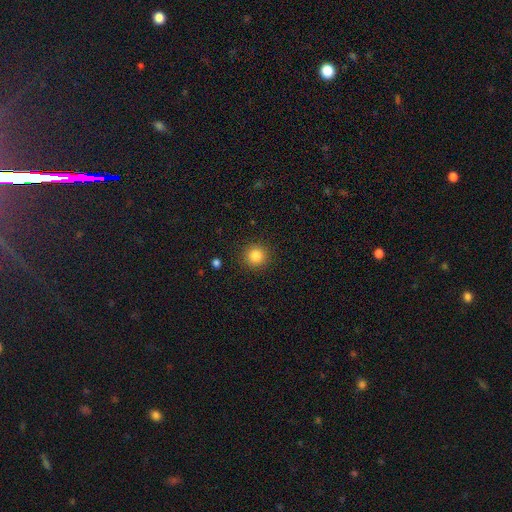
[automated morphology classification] type=smooth (84%); roundness=round (94%); merging=none (91%).